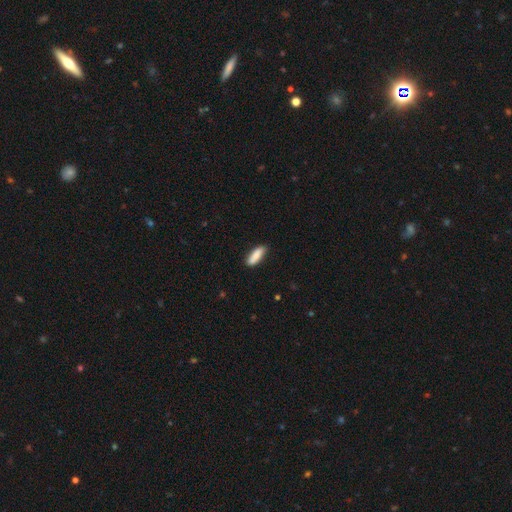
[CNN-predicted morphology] A smooth galaxy with no disk features (85%) that is in between round and cigar-shaped (53%).

Vote fractions:
- Smooth or featured? smooth: 85% / featured or disk: 9% / star or artifact: 6%
- How rounded? in between: 53% / cigar-shaped: 45% / round: 2%
- Merging? none: 83% / minor disturbance: 13% / major disturbance: 2% / merger: 2%